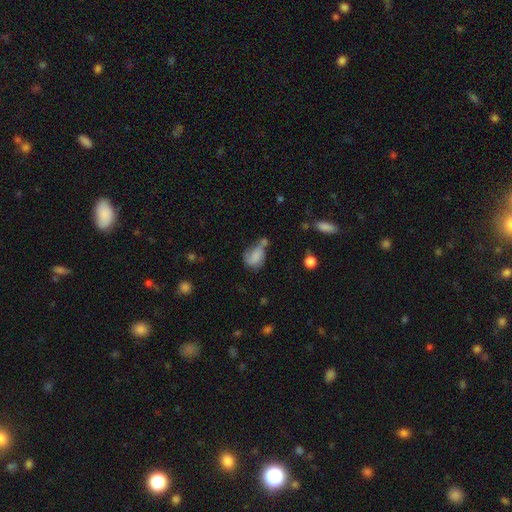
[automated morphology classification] The model was most divided on "merging": none: 27%, minor disturbance: 25%, major disturbance: 25%, merger: 23%. More confident: how rounded — in between (74%); smooth or featured — smooth (66%).